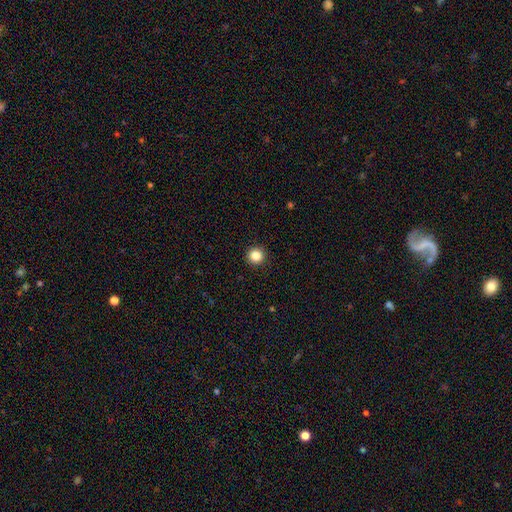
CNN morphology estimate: smooth 85%, star or artifact 11%, featured or disk 4%. Down the decision tree: how rounded — round (95%); merging — none (94%).